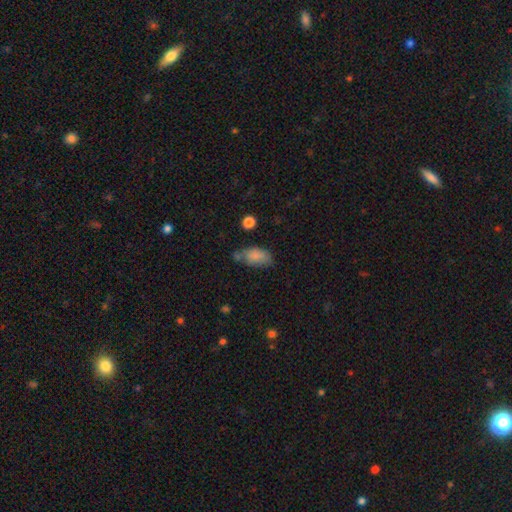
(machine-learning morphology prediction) Smooth or featured?
  - smooth: 81% *
  - featured or disk: 10%
  - star or artifact: 9%
How rounded?
  - in between: 91% *
  - round: 5%
  - cigar-shaped: 4%
Merging?
  - none: 47% *
  - minor disturbance: 29%
  - merger: 13%
  - major disturbance: 11%